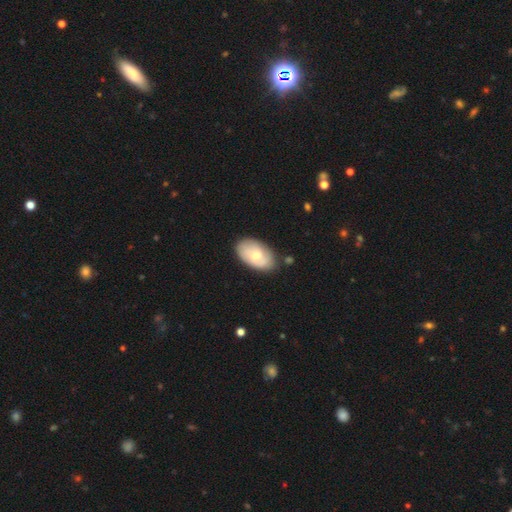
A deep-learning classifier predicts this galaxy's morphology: Overall: smooth (54%; featured or disk 40%). How rounded: in between (93%). Merging: none (77%).